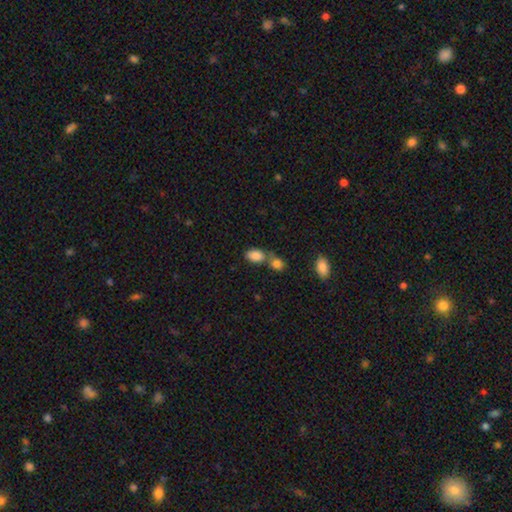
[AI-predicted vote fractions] Smooth or featured: smooth — 85% (star or artifact — 8%)
How rounded: in between — 86% (round — 12%)
Merging: merger — 46% (none — 40%)